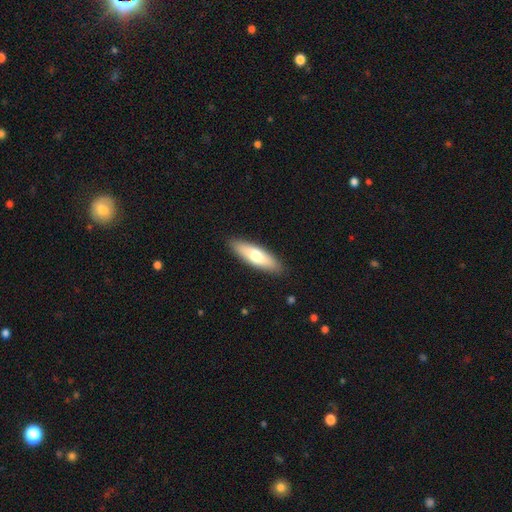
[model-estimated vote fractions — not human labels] smooth 65%, featured or disk 29%, star or artifact 5%. Down the decision tree: how rounded — cigar-shaped (53%); merging — none (88%).